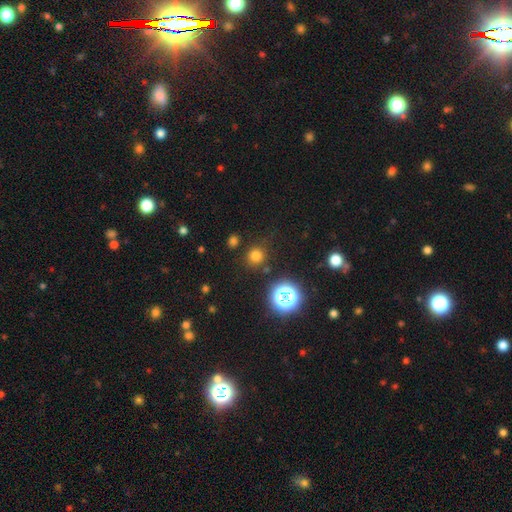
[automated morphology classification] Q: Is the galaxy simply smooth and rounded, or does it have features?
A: smooth — 72%.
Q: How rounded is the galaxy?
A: round — 91%.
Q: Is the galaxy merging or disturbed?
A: none — 84%.